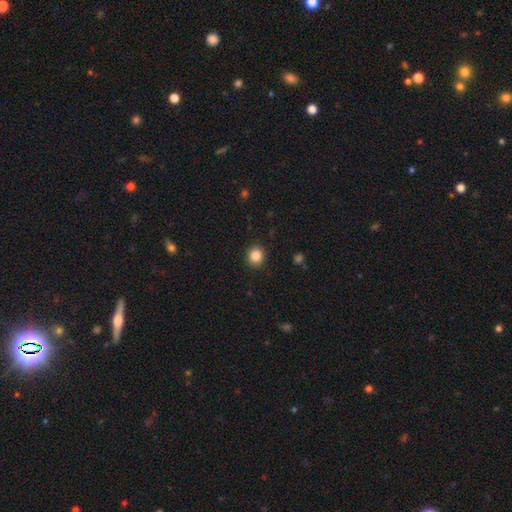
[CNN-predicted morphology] Smooth or featured: smooth — 85% (star or artifact — 10%)
How rounded: round — 85% (in between — 14%)
Merging: none — 91% (minor disturbance — 6%)